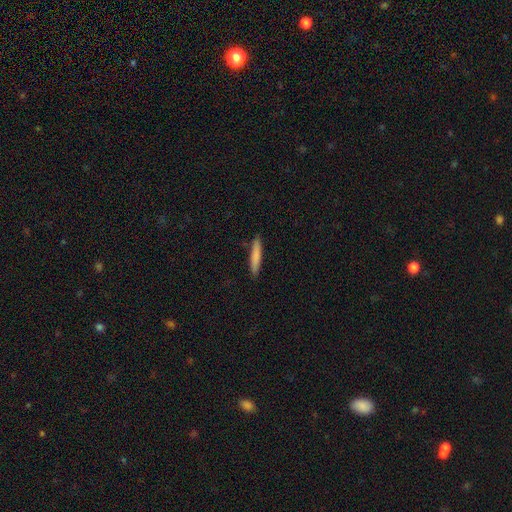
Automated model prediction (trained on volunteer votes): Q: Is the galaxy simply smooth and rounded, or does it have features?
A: smooth — 79%.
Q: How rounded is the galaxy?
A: cigar-shaped — 93%.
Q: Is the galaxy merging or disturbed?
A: none — 89%.